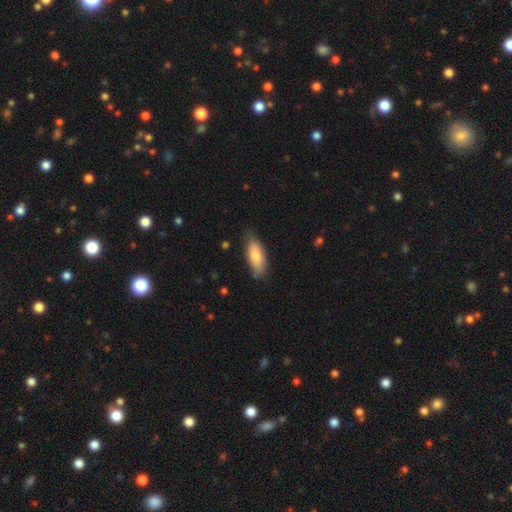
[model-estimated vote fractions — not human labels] A smooth galaxy with no disk features (81%) that is in between round and cigar-shaped (78%).

Vote fractions:
- Smooth or featured? smooth: 81% / featured or disk: 14% / star or artifact: 6%
- How rounded? in between: 78% / cigar-shaped: 20% / round: 2%
- Merging? none: 73% / minor disturbance: 21% / major disturbance: 3% / merger: 2%